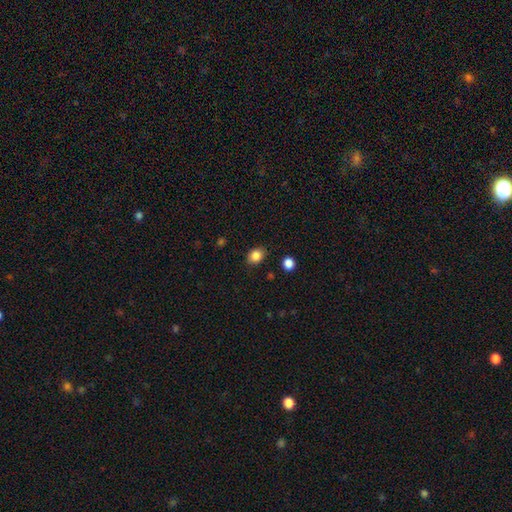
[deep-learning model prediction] The model was most divided on "how rounded": in between: 53%, round: 46%, cigar-shaped: 1%. More confident: smooth or featured — smooth (85%); merging — none (85%).